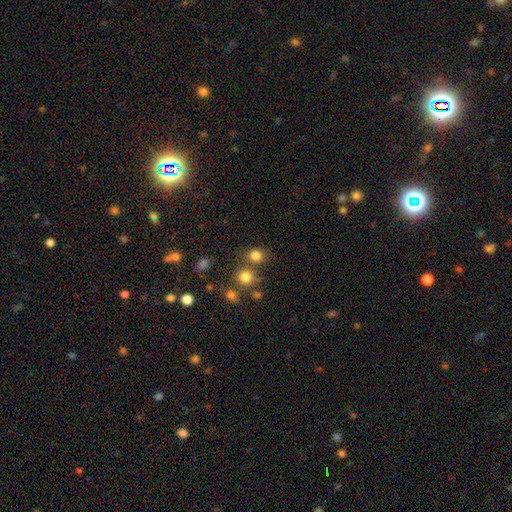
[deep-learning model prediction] Smooth or featured? smooth (80%)
How rounded? round (74%)
Merging? none (64%)